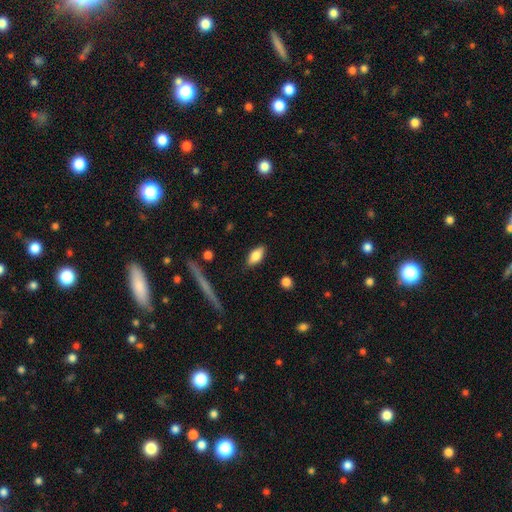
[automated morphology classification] This is likely a smooth galaxy (77%). How rounded: clearly in between (85%). Merging: clearly none (86%).